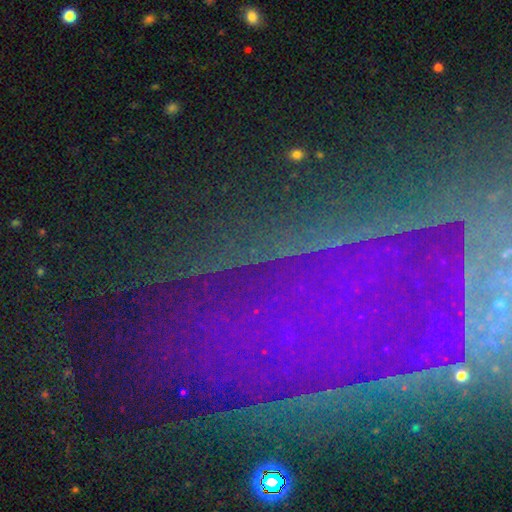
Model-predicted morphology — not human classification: smooth_or_featured: star or artifact (p=0.67) [alt: featured or disk p=0.20]